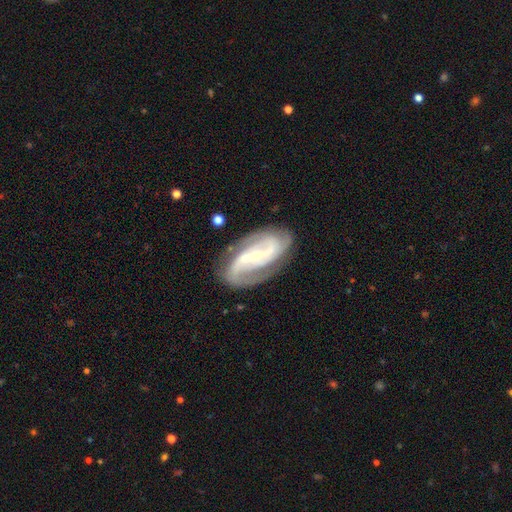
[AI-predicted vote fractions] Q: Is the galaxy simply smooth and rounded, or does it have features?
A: featured or disk — 89%.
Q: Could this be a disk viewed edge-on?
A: no — 96%.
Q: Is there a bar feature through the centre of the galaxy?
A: strong — 37%.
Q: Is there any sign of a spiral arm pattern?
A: yes — 97%.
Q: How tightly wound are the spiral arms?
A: medium — 46%.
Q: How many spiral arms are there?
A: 2 — 69%.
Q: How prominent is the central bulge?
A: small — 69%.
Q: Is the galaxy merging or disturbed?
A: none — 76%.